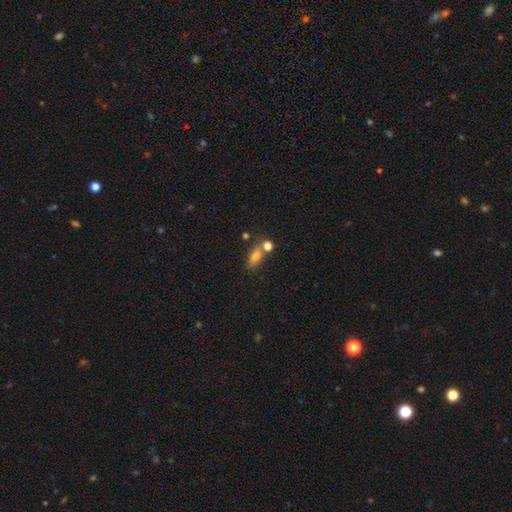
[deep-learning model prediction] Smooth or featured? smooth (76%)
How rounded? in between (76%)
Merging? none (55%)